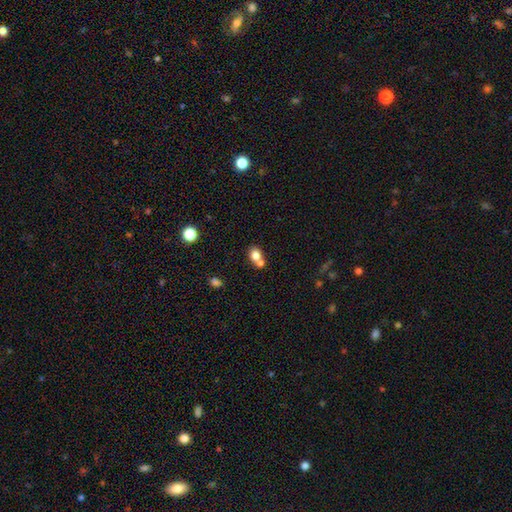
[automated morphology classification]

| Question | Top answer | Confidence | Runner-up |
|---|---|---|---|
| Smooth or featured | smooth | 78% | featured or disk (11%) |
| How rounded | round | 54% | in between (45%) |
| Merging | merger | 49% | none (40%) |